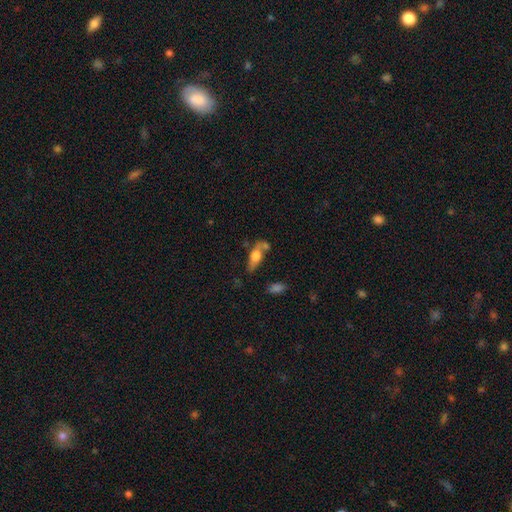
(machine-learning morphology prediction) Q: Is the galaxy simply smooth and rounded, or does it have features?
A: smooth — 58%.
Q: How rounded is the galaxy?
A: in between — 70%.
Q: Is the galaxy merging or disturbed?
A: none — 46%.